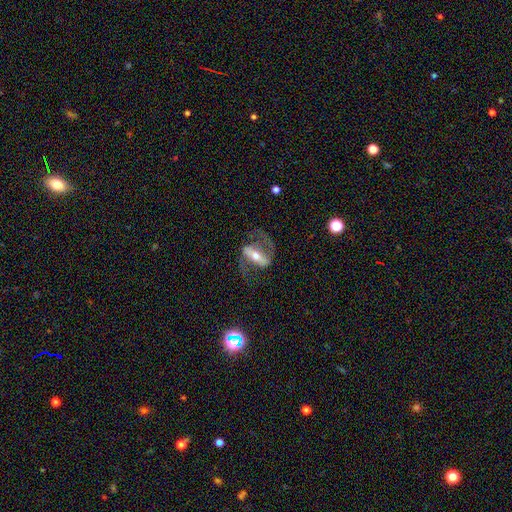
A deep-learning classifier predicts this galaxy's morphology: Q: Smooth or featured?
A: featured or disk (84%); runner-up: smooth (11%)
Q: Edge-on disk?
A: no (91%); runner-up: yes (9%)
Q: Bar?
A: strong (68%); runner-up: weak (21%)
Q: Spiral arms?
A: yes (91%); runner-up: no (9%)
Q: Spiral winding?
A: medium (48%); runner-up: loose (40%)
Q: Spiral arm count?
A: 2 (91%); runner-up: 1 (3%)
Q: Bulge size?
A: moderate (59%); runner-up: small (32%)
Q: Merging?
A: none (70%); runner-up: major disturbance (15%)